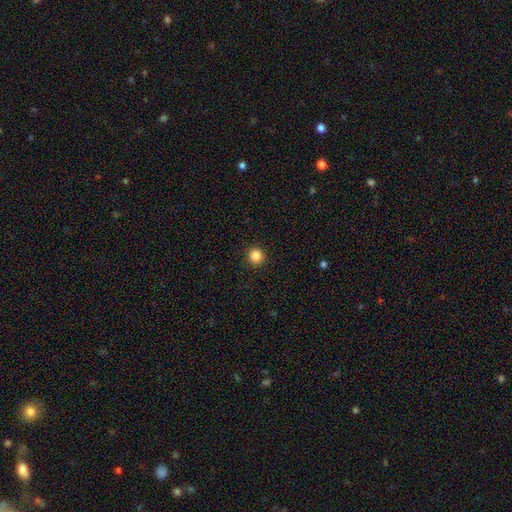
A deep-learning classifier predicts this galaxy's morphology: Q: Smooth or featured?
A: smooth (85%); runner-up: star or artifact (11%)
Q: How rounded?
A: round (96%); runner-up: in between (3%)
Q: Merging?
A: none (93%); runner-up: minor disturbance (4%)